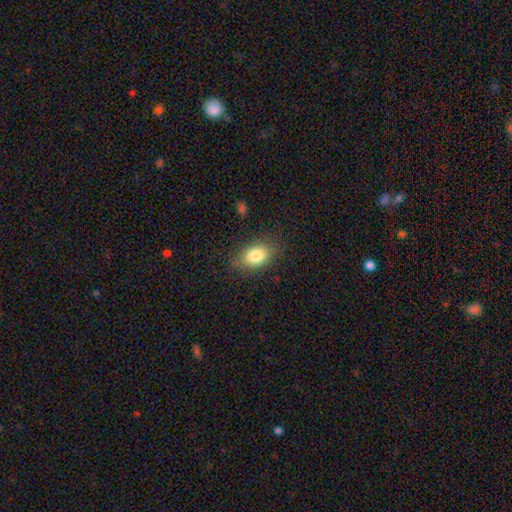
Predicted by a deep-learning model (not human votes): smooth_or_featured: smooth (p=0.82) [alt: featured or disk p=0.10]
how_rounded: in between (p=0.87) [alt: round p=0.11]
merging: none (p=0.79) [alt: minor disturbance p=0.15]